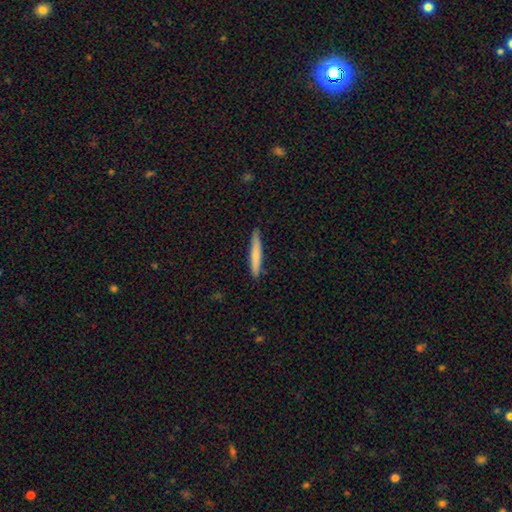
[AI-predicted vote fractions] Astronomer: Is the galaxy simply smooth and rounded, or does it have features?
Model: smooth — 71%.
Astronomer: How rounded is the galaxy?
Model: cigar-shaped — 95%.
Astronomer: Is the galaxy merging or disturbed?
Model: none — 88%.